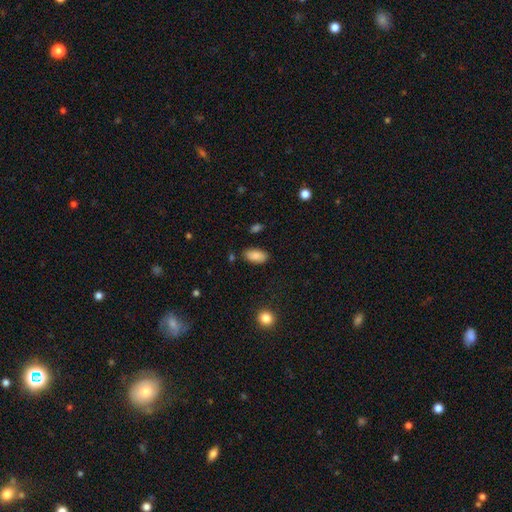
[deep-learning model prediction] This is clearly a smooth galaxy (87%). How rounded: clearly in between (94%). Merging: clearly none (83%).